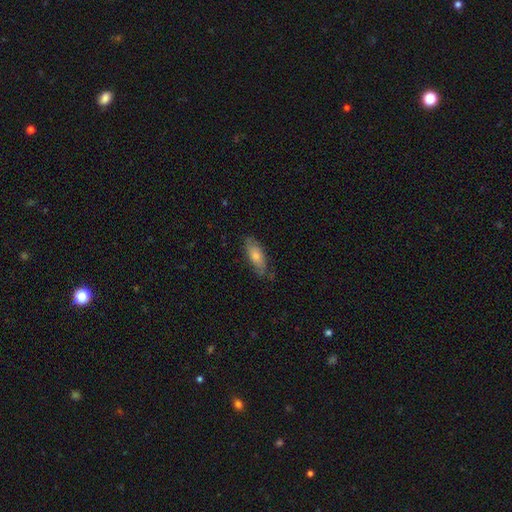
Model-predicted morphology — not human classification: smooth-or-featured: smooth: 57% | featured or disk: 36% | star or artifact: 7%
  how-rounded: in between: 69% | cigar-shaped: 29% | round: 2%
  merging: none: 70% | minor disturbance: 23% | major disturbance: 6% | merger: 1%